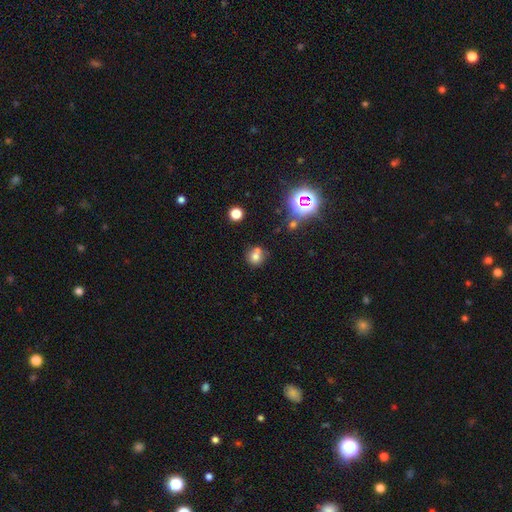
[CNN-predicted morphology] Q: Smooth or featured?
A: smooth (69%); runner-up: star or artifact (17%)
Q: How rounded?
A: round (85%); runner-up: in between (14%)
Q: Merging?
A: none (53%); runner-up: merger (34%)